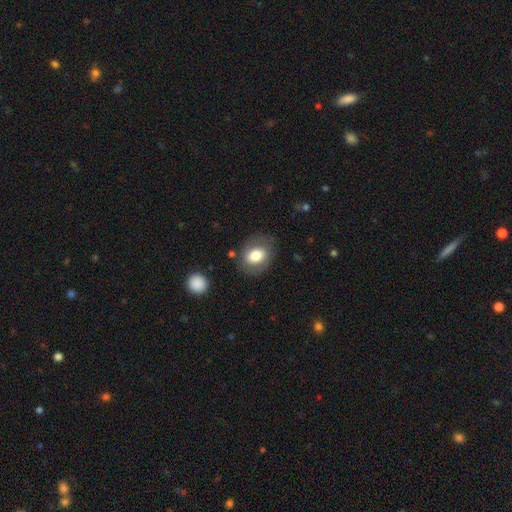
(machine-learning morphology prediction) A smooth galaxy with no disk features (69%) that is in between round and cigar-shaped (60%). Merging: none (76%).